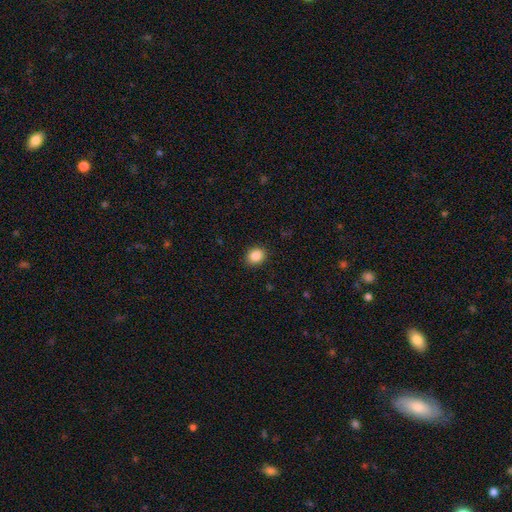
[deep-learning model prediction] This is clearly a smooth galaxy (87%). How rounded: likely round (63%). Merging: clearly none (90%).